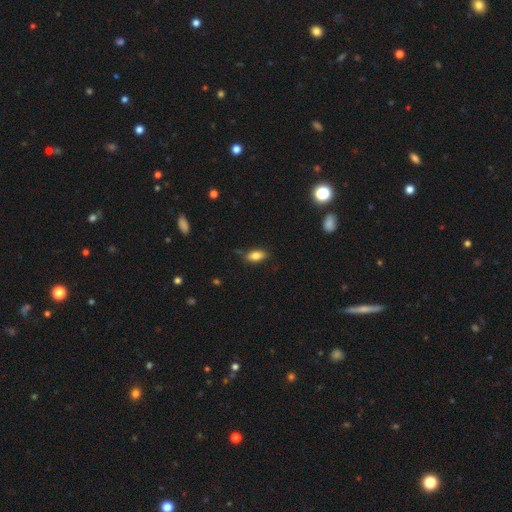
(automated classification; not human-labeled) A smooth galaxy with no disk features (80%) that is in between round and cigar-shaped (88%).

Vote fractions:
- Smooth or featured? smooth: 80% / featured or disk: 12% / star or artifact: 8%
- How rounded? in between: 88% / cigar-shaped: 8% / round: 4%
- Merging? none: 80% / minor disturbance: 15% / major disturbance: 3% / merger: 2%